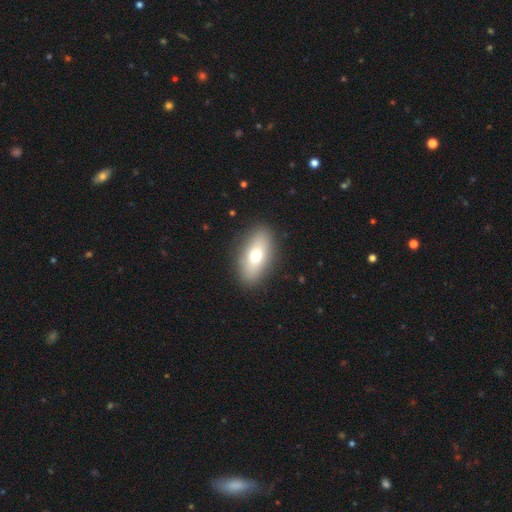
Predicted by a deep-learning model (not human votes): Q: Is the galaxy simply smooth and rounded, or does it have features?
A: smooth — 69%.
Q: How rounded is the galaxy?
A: in between — 85%.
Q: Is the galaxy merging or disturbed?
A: none — 88%.